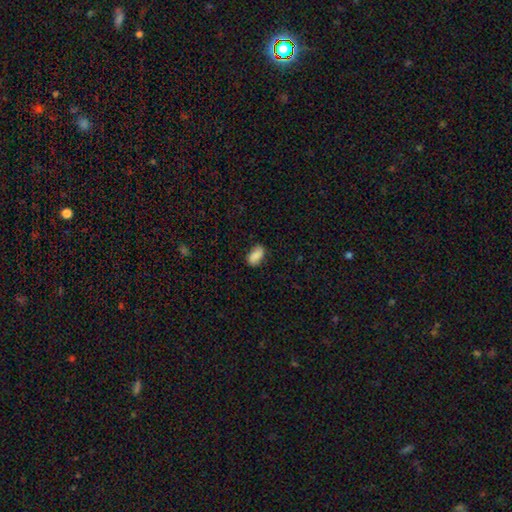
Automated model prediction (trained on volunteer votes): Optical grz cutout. It shows a smooth galaxy with no disk features (86%) that is in between round and cigar-shaped (92%). Merging: none (81%).